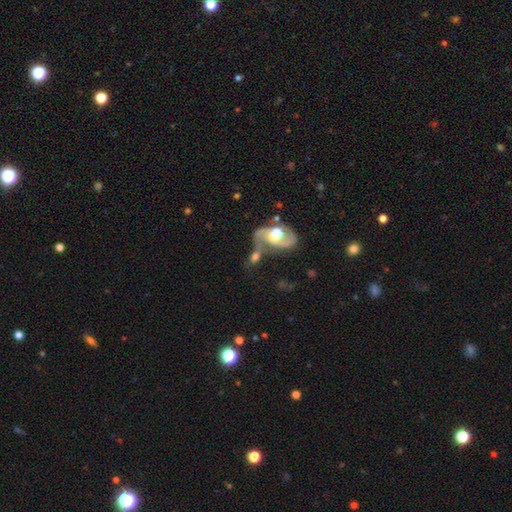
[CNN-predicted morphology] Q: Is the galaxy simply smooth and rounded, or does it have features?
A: featured or disk — 72%.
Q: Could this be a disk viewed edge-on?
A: no — 94%.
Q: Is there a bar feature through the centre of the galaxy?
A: no — 49%.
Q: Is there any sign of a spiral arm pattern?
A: yes — 87%.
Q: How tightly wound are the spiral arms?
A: medium — 44%.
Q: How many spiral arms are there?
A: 2 — 82%.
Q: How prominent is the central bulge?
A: moderate — 63%.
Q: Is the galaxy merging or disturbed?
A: none — 36%.